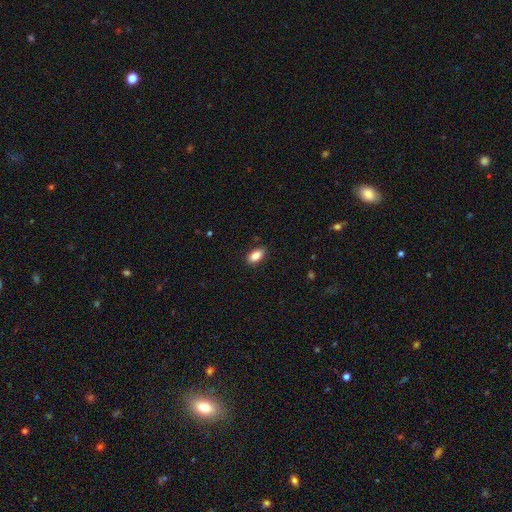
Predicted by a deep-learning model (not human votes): smooth_or_featured: smooth (p=0.87) [alt: star or artifact p=0.07]
how_rounded: in between (p=0.91) [alt: cigar-shaped p=0.06]
merging: none (p=0.87) [alt: minor disturbance p=0.10]